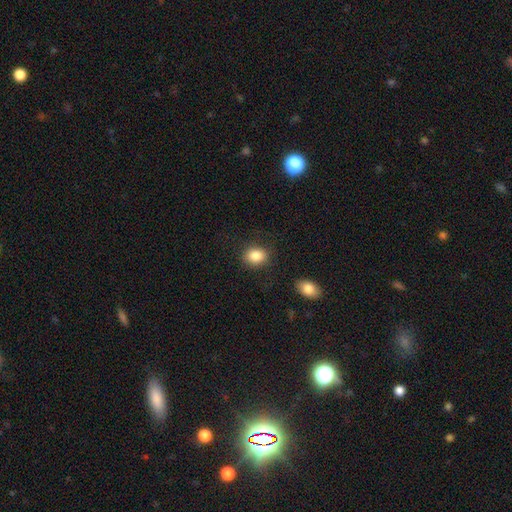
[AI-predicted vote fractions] Smooth or featured?
  - smooth: 85% *
  - star or artifact: 9%
  - featured or disk: 6%
How rounded?
  - in between: 50% *
  - round: 49%
  - cigar-shaped: 1%
Merging?
  - none: 84% *
  - minor disturbance: 11%
  - major disturbance: 4%
  - merger: 2%